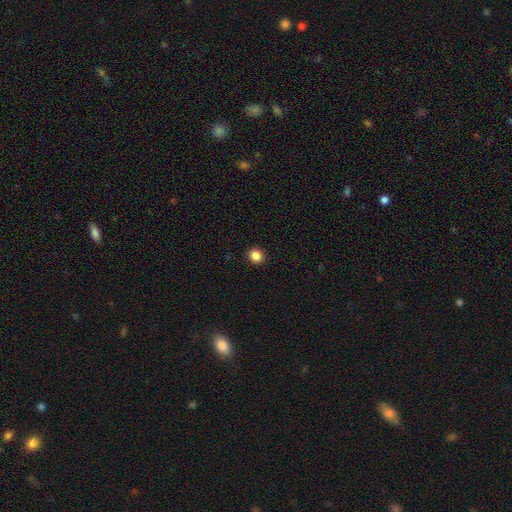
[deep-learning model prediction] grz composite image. It shows a smooth galaxy with no disk features (86%) that is round (83%). Merging: none (93%).